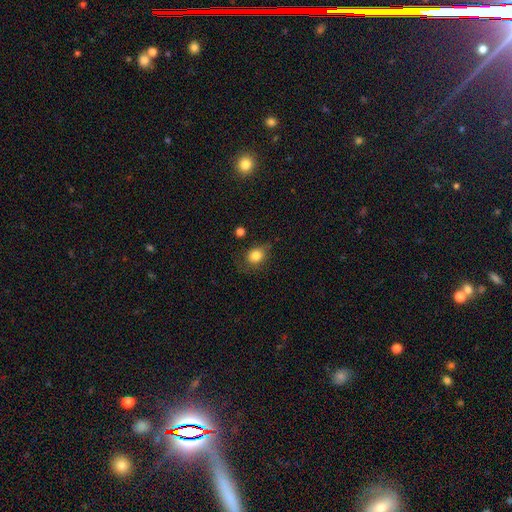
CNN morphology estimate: smooth 81%, star or artifact 10%, featured or disk 9%. Down the decision tree: how rounded — round (58%); merging — none (64%).